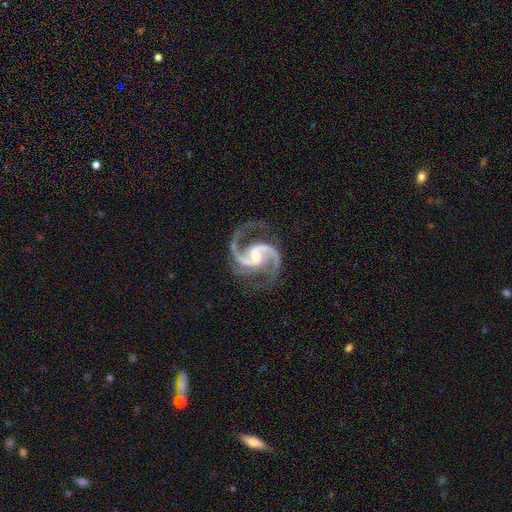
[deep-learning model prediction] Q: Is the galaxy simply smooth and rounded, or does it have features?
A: featured or disk — 95%.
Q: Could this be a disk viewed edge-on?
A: no — 98%.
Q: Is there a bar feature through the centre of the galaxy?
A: weak — 45%.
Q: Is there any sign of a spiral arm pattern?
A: yes — 99%.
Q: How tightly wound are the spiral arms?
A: medium — 68%.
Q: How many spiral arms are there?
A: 2 — 88%.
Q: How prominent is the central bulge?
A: moderate — 61%.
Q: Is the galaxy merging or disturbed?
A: none — 76%.